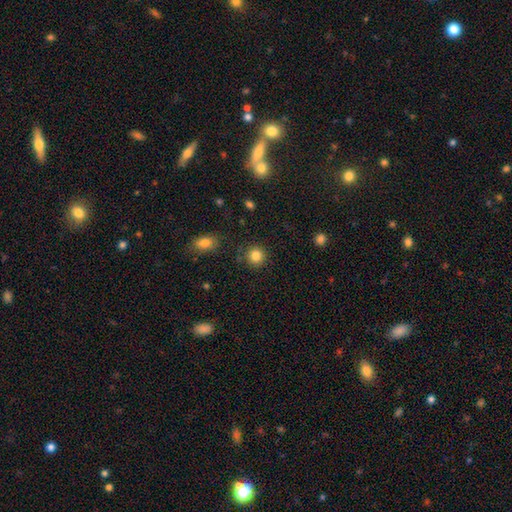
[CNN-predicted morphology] A smooth galaxy with no disk features (85%) that is round (92%). Merging: none (87%).